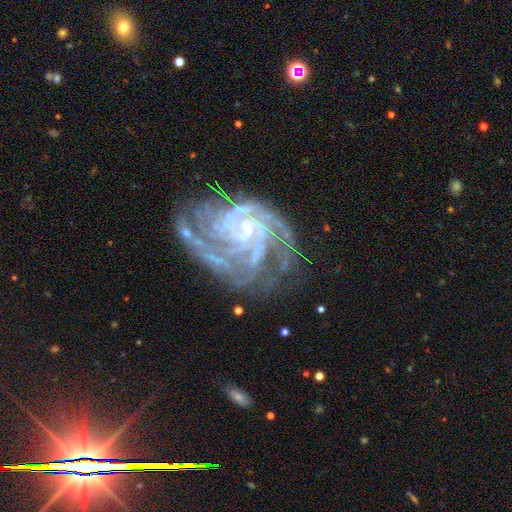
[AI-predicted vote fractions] Overall: featured or disk (90%). Edge-on disk: no (98%). Bar: no (47%; weak 39%). Spiral arms: yes (97%). Spiral arm count: can't tell (22%; 3 21%). Spiral winding: tight (61%; medium 32%). Bulge size: small (56%; moderate 27%). Merging: none (58%; minor disturbance 21%).